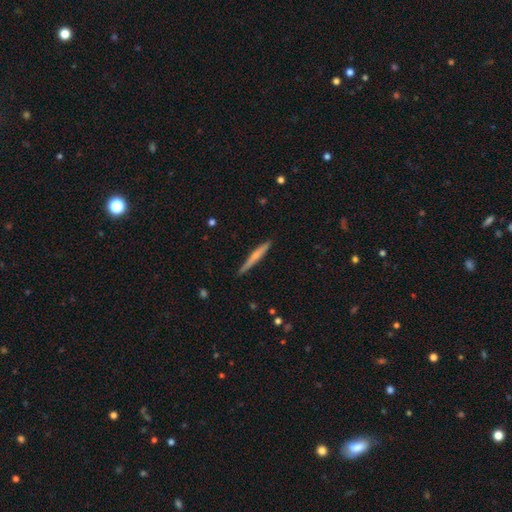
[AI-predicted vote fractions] Smooth or featured? smooth (49%)
Merging? none (88%)